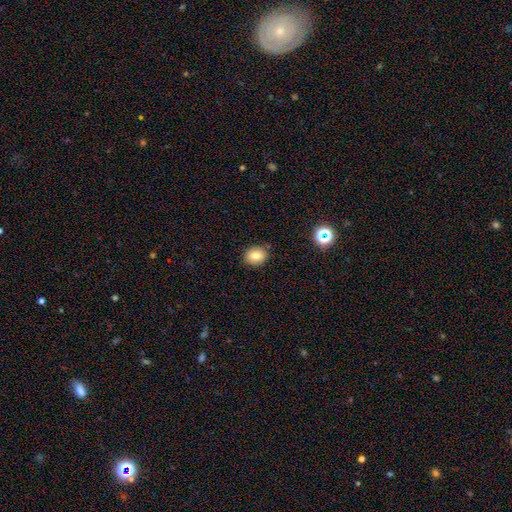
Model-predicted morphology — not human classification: Overall: smooth (79%). How rounded: round (59%; in between 40%). Merging: none (86%).